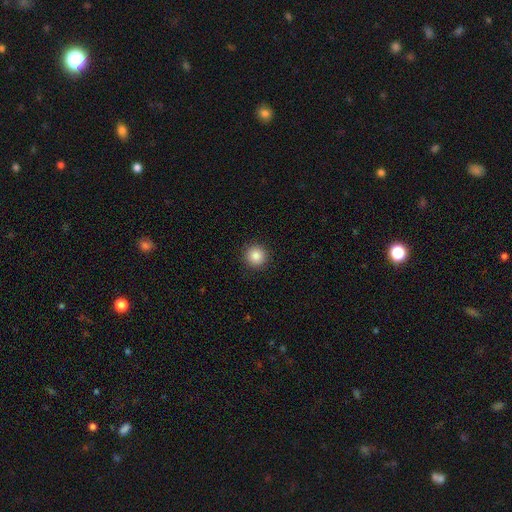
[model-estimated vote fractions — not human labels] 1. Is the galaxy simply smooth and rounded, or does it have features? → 86% smooth, 10% star or artifact, 4% featured or disk.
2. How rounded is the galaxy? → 95% round, 4% in between, 1% cigar-shaped.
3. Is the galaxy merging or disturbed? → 92% none, 5% minor disturbance, 2% major disturbance, 1% merger.